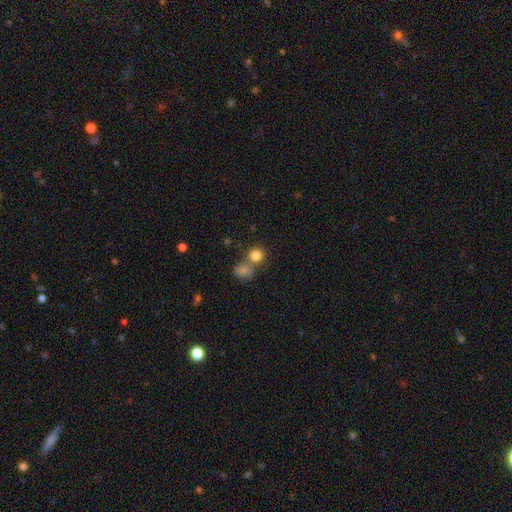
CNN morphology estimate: type=smooth (82%); roundness=round (86%); merging=none (55%).